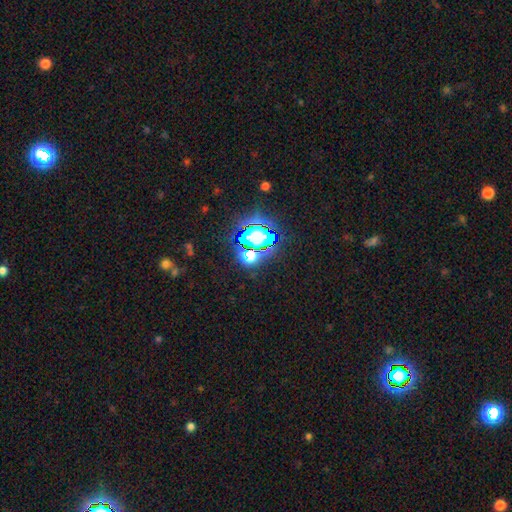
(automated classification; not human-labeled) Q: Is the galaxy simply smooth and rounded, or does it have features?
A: star or artifact — 70%.